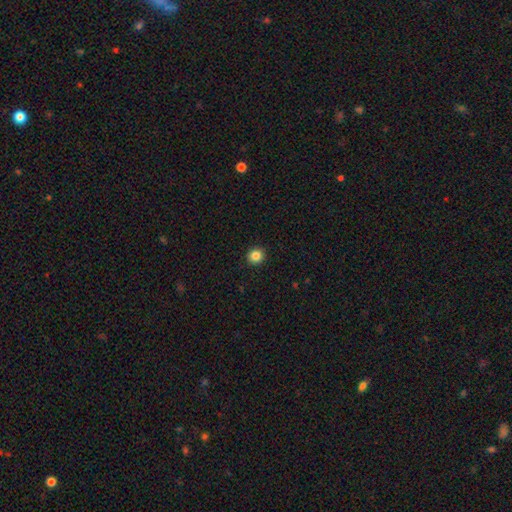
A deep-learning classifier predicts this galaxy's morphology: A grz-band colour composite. It shows a smooth galaxy with no disk features (85%) that is round (92%). Merging: none (93%).